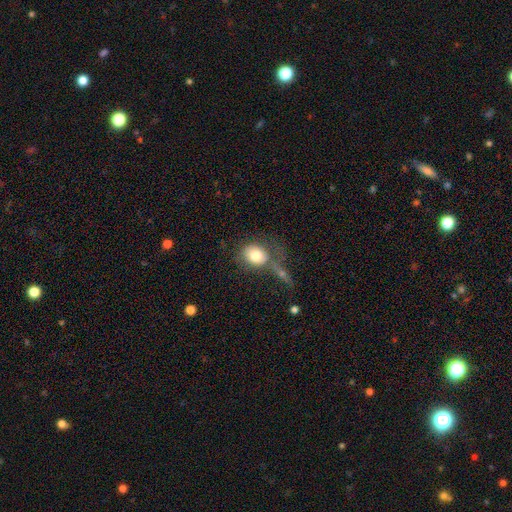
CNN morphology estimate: A smooth galaxy with no disk features (76%) that is round (60%). Merging: none (46%).